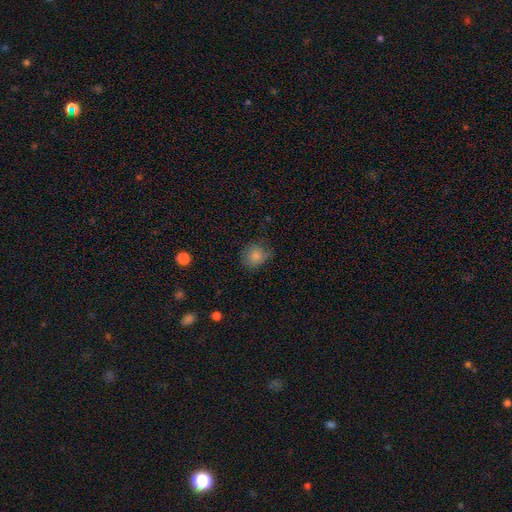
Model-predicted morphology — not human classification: type=smooth (83%); roundness=round (78%); merging=none (69%).